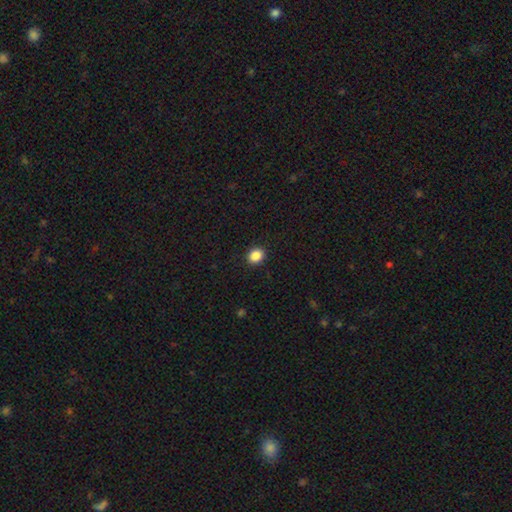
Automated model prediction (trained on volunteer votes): smooth 87%, star or artifact 10%, featured or disk 3%. Down the decision tree: how rounded — round (65%); merging — none (91%).